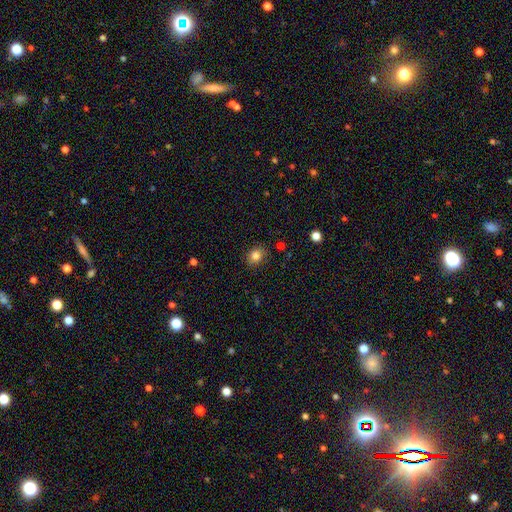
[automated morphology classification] Smooth or featured? Predicted: smooth (p=0.82). How rounded? Predicted: round (p=0.64). Merging? Predicted: none (p=0.86).